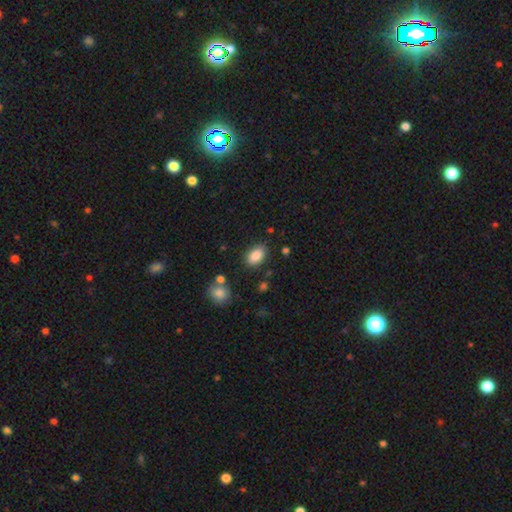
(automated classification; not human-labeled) This appears to be a smooth galaxy with no disk features (87%) that is in between round and cigar-shaped (89%). Merging: none (83%).